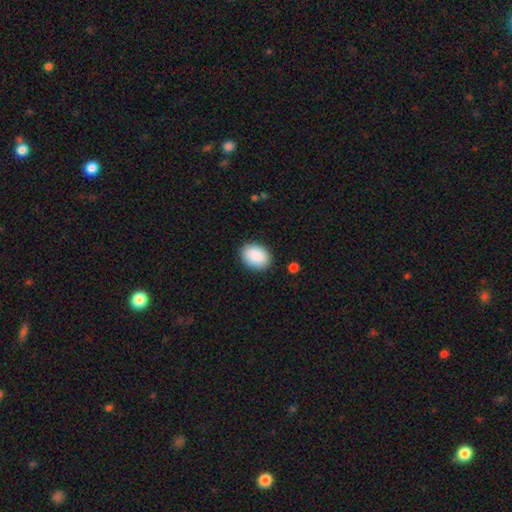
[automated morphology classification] A smooth galaxy with no disk features (90%) that is in between round and cigar-shaped (72%). Merging: none (88%).